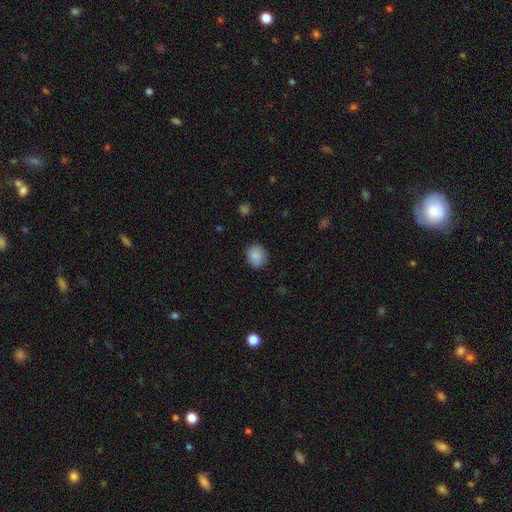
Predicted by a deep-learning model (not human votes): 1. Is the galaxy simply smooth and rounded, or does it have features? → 87% smooth, 8% star or artifact, 5% featured or disk.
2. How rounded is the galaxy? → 70% round, 29% in between, 1% cigar-shaped.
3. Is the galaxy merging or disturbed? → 87% none, 10% minor disturbance, 2% major disturbance, 1% merger.